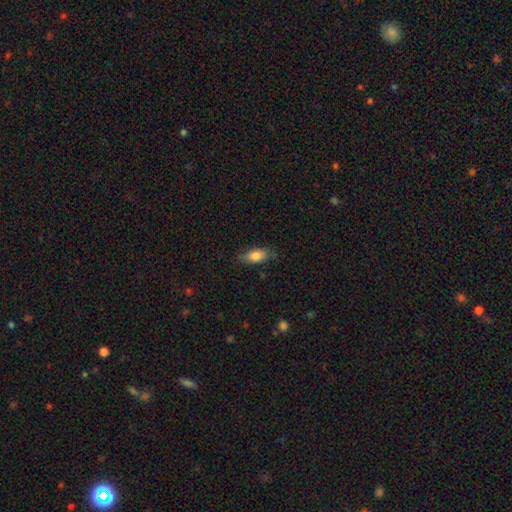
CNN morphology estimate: smooth 81%, featured or disk 12%, star or artifact 7%. Down the decision tree: how rounded — in between (85%); merging — none (77%).